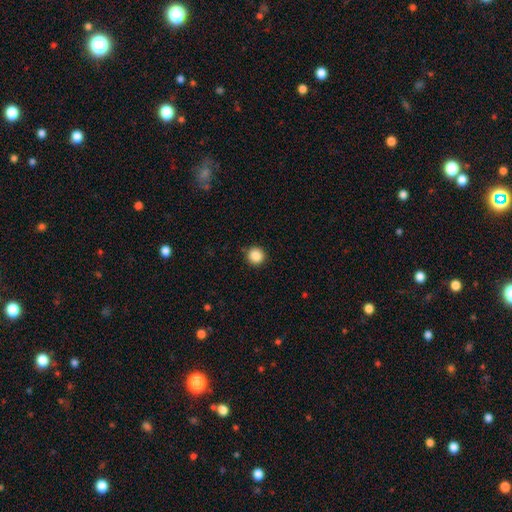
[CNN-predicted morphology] smooth_or_featured: smooth (p=0.87) [alt: star or artifact p=0.10]
how_rounded: round (p=0.94) [alt: in between p=0.05]
merging: none (p=0.90) [alt: minor disturbance p=0.07]